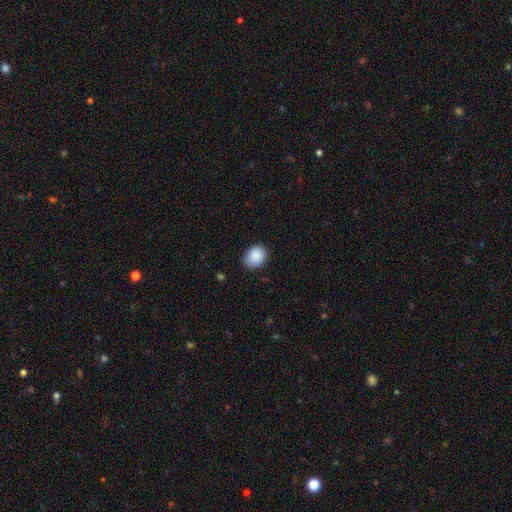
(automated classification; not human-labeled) Q: Smooth or featured?
A: smooth (89%); runner-up: star or artifact (7%)
Q: How rounded?
A: in between (51%); runner-up: round (48%)
Q: Merging?
A: none (78%); runner-up: minor disturbance (18%)